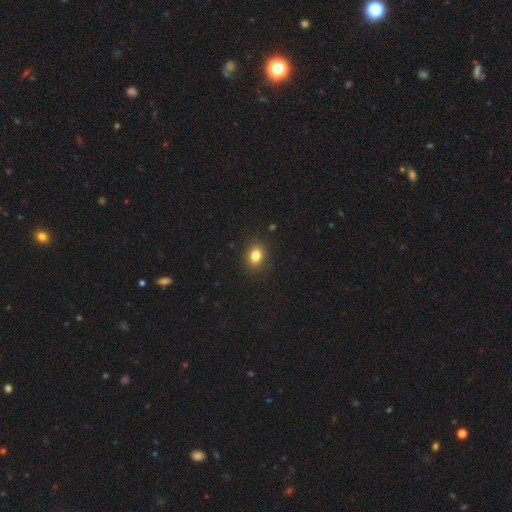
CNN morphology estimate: smooth_or_featured: smooth (p=0.83) [alt: star or artifact p=0.11]
how_rounded: in between (p=0.55) [alt: round p=0.44]
merging: none (p=0.88) [alt: minor disturbance p=0.09]